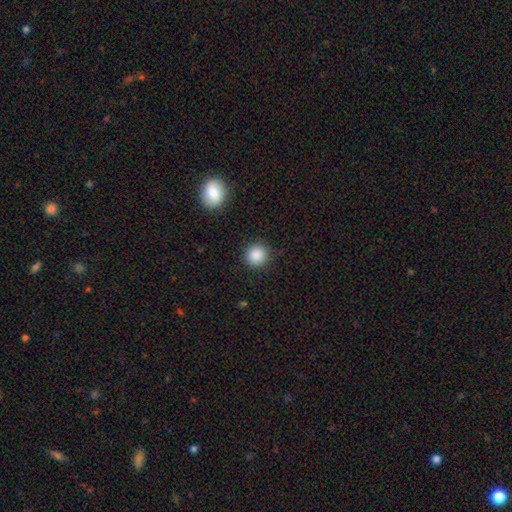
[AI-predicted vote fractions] Overall: smooth (87%). How rounded: round (93%). Merging: none (90%).